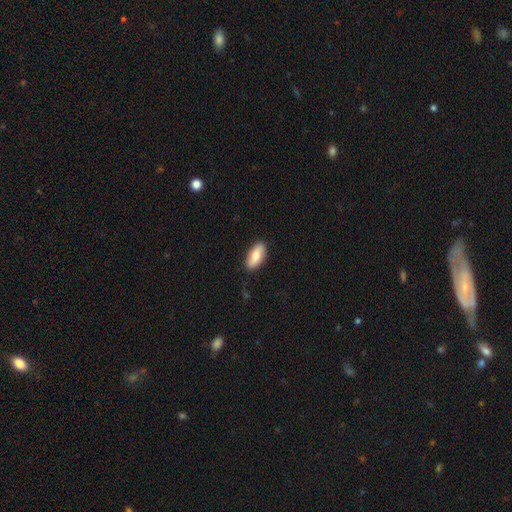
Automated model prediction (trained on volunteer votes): A smooth galaxy with no disk features (77%) that is in between round and cigar-shaped (89%). Merging: none (86%).